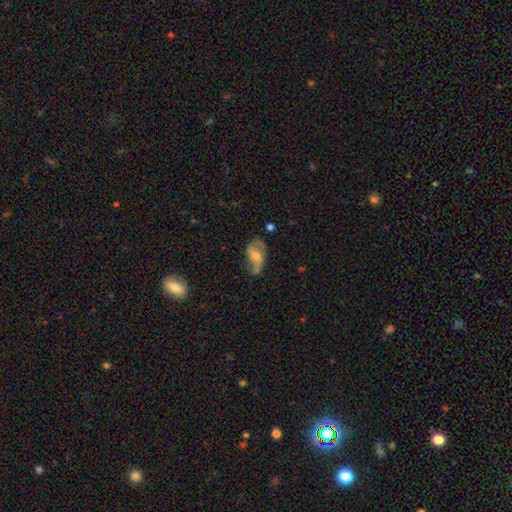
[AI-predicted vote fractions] This is likely a featured or disk galaxy (64%). It is clearly not viewed edge-on (95%). Bar: marginally no (44%). Spiral arm pattern: likely yes (78%). Central bulge: possibly moderate (56%). Merging: marginally none (43%).